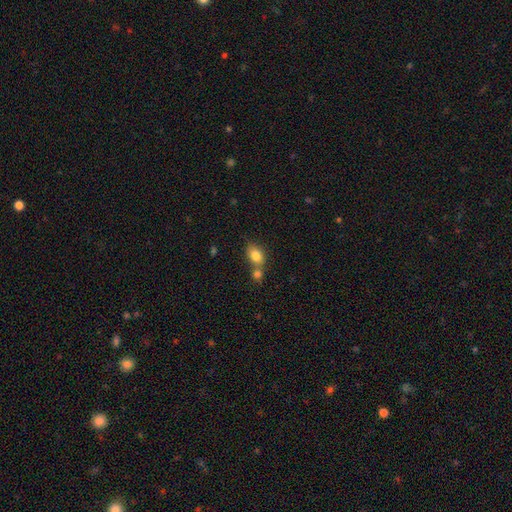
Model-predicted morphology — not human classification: A smooth galaxy with no disk features (82%) that is in between round and cigar-shaped (73%).

Vote fractions:
- Smooth or featured? smooth: 82% / star or artifact: 9% / featured or disk: 9%
- How rounded? in between: 73% / round: 26% / cigar-shaped: 2%
- Merging? merger: 43% / none: 42% / minor disturbance: 11% / major disturbance: 4%